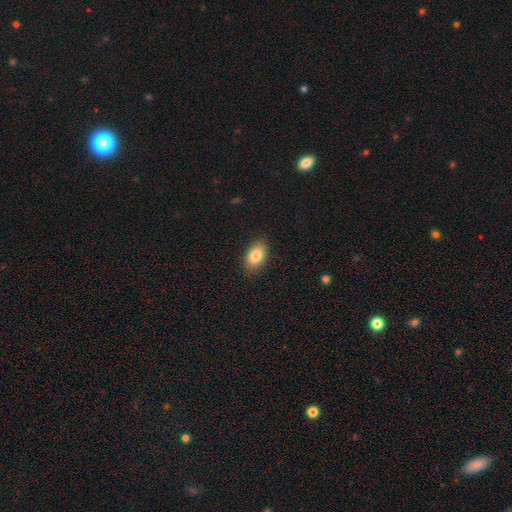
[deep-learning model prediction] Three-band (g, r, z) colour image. It shows a smooth galaxy with no disk features (84%) that is in between round and cigar-shaped (90%). Merging: none (87%).